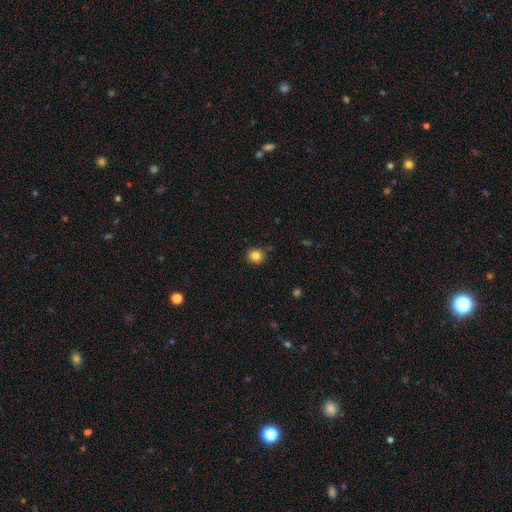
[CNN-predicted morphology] The model was most divided on "smooth or featured": smooth: 83%, star or artifact: 11%, featured or disk: 5%. More confident: how rounded — round (90%); merging — none (87%).